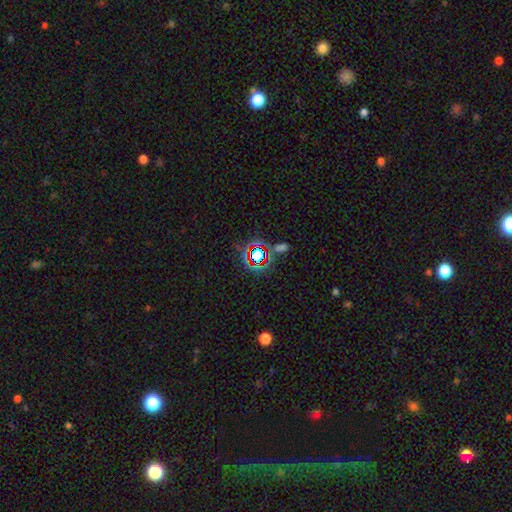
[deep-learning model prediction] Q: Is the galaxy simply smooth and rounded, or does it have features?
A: star or artifact — 64%.